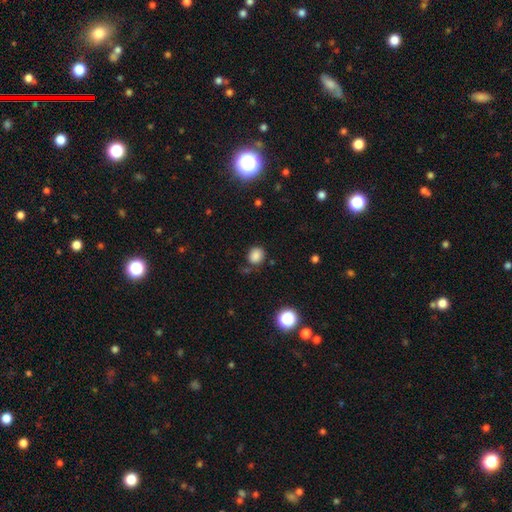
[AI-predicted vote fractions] This appears to be a smooth galaxy with no disk features (83%) that is round (68%). Merging: none (75%).